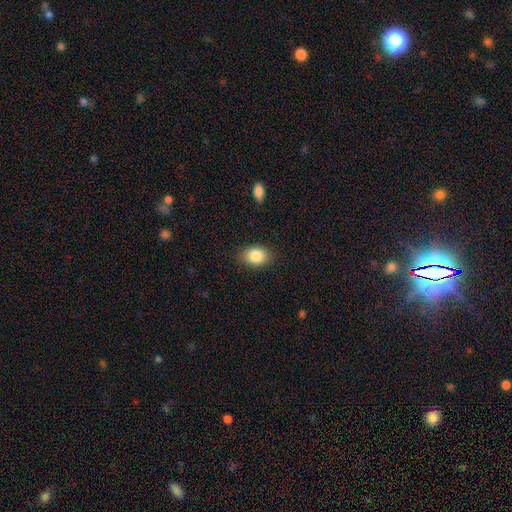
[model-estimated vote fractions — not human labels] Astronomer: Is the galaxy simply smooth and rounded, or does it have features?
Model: smooth — 85%.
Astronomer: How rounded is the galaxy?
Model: in between — 73%.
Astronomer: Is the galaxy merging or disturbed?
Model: none — 84%.